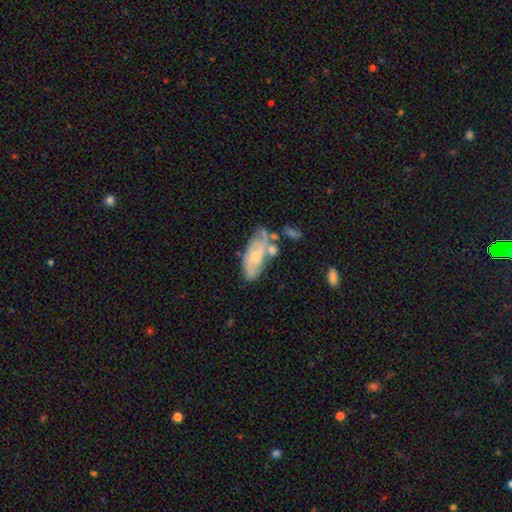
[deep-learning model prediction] smooth_or_featured: featured or disk (p=0.62) [alt: smooth p=0.31]
disk_edge_on: no (p=0.92) [alt: yes p=0.08]
bar: no (p=0.72) [alt: weak p=0.24]
has_spiral_arms: yes (p=0.76) [alt: no p=0.24]
bulge_size: small (p=0.47) [alt: moderate p=0.46]
merging: none (p=0.42) [alt: minor disturbance p=0.25]